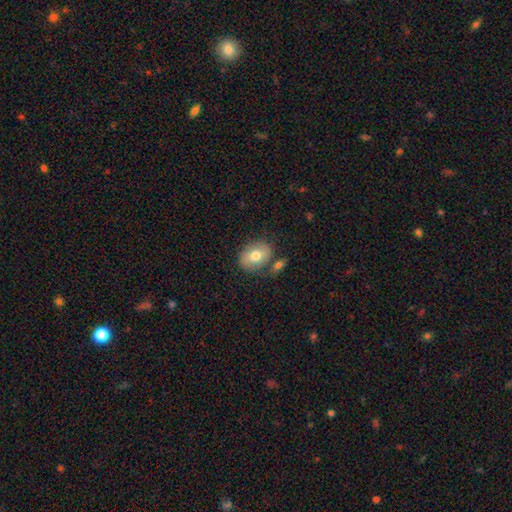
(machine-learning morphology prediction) A smooth galaxy with no disk features (71%) that is in between round and cigar-shaped (65%). Merging: none (71%).